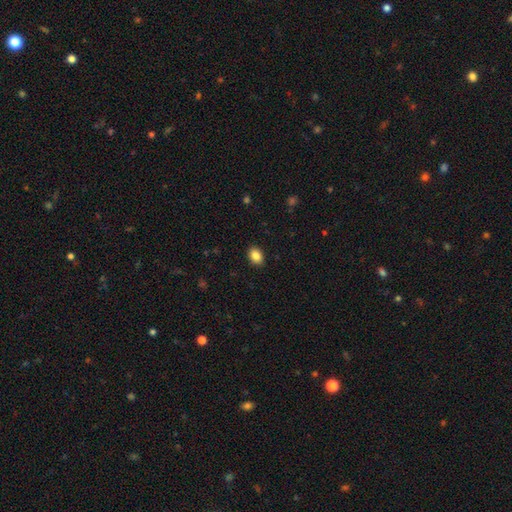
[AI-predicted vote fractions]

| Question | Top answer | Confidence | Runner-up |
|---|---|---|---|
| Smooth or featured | smooth | 87% | star or artifact (9%) |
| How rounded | in between | 75% | round (24%) |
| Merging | none | 90% | minor disturbance (7%) |